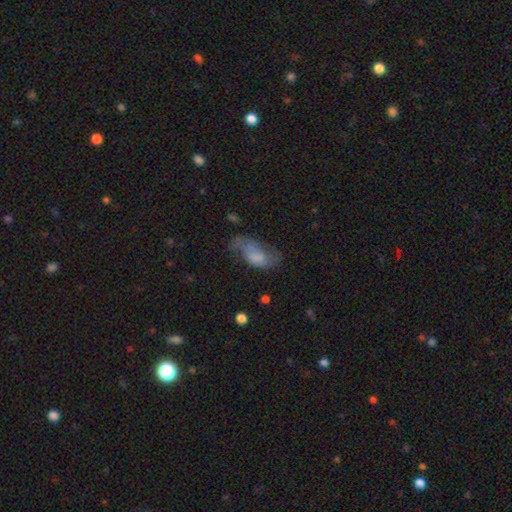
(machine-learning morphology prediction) Overall: smooth (50%; featured or disk 40%). Merging: major disturbance (36%; none 31%).